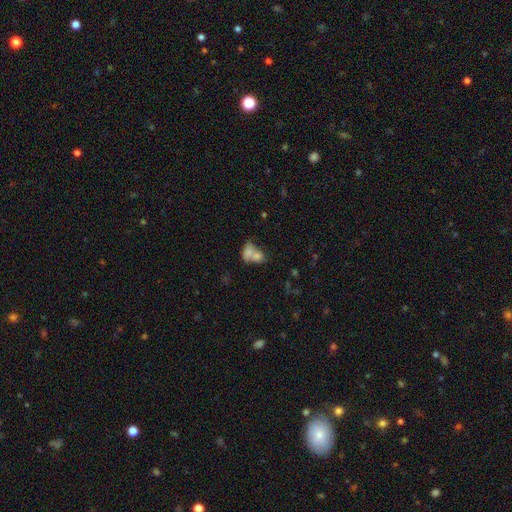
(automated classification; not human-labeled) Smooth or featured: smooth — 65% (featured or disk — 22%)
How rounded: in between — 63% (round — 34%)
Merging: merger — 66% (none — 20%)